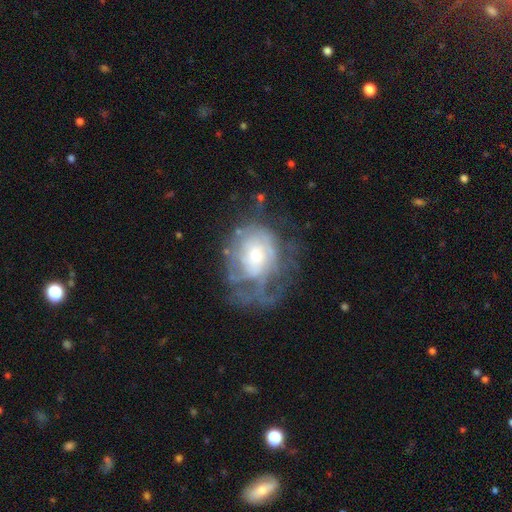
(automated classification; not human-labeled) Overall: featured or disk (70%). Edge-on disk: no (97%). Bar: no (77%). Spiral arms: yes (67%; no 33%). Bulge size: moderate (46%; small 44%). Merging: none (38%, tied with major disturbance).